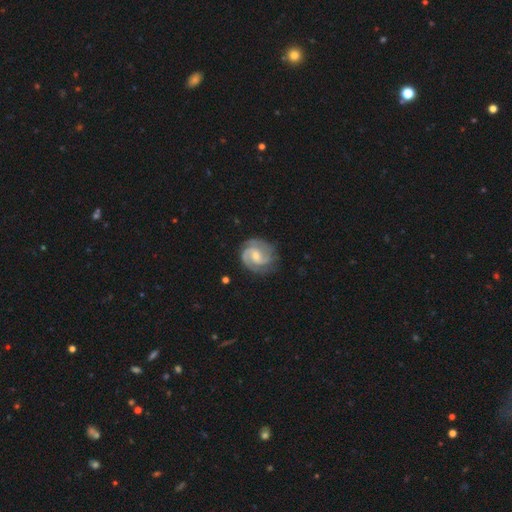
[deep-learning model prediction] smooth_or_featured: featured or disk (p=0.89) [alt: smooth p=0.07]
disk_edge_on: no (p=0.98) [alt: yes p=0.02]
bar: weak (p=0.48) [alt: no p=0.42]
has_spiral_arms: yes (p=0.98) [alt: no p=0.02]
spiral_winding: medium (p=0.46) [alt: tight p=0.45]
spiral_arm_count: 2 (p=0.75) [alt: 3 p=0.13]
bulge_size: small (p=0.49) [alt: moderate p=0.45]
merging: none (p=0.78) [alt: minor disturbance p=0.16]